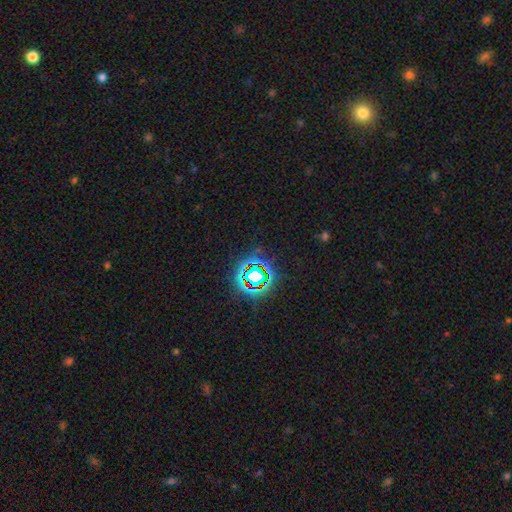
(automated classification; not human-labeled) This is likely a star or artifact rather than a galaxy (78%).